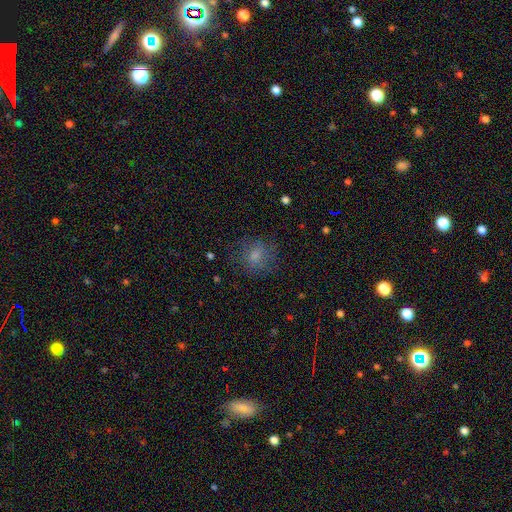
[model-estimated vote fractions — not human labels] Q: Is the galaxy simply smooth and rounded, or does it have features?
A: smooth — 70%.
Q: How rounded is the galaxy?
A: round — 69%.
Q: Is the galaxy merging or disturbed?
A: none — 71%.